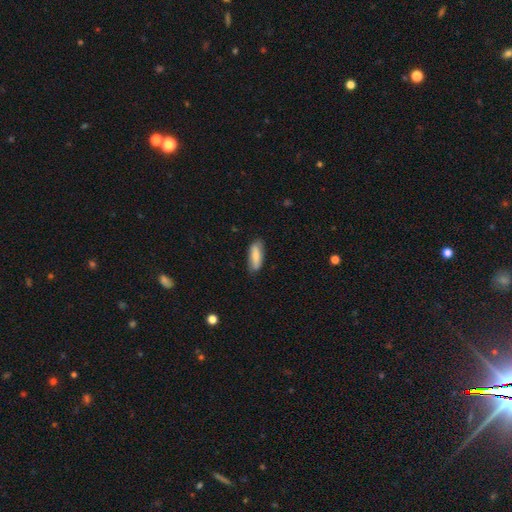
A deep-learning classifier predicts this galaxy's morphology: smooth 74%, featured or disk 20%, star or artifact 6%. Down the decision tree: how rounded — in between (66%); merging — none (78%).